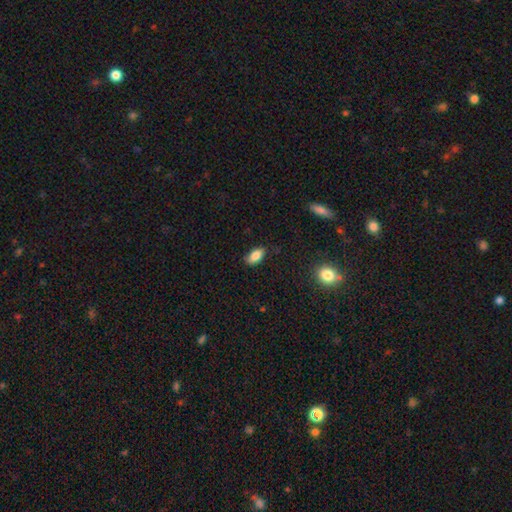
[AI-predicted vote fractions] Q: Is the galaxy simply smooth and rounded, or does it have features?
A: smooth — 85%.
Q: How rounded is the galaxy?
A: in between — 90%.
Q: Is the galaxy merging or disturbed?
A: none — 80%.